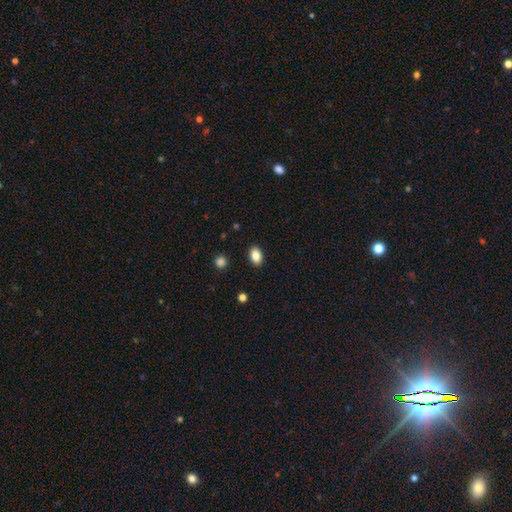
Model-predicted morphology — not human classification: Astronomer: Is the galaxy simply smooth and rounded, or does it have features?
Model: smooth — 86%.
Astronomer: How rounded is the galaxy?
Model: in between — 85%.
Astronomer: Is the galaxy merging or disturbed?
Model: none — 89%.